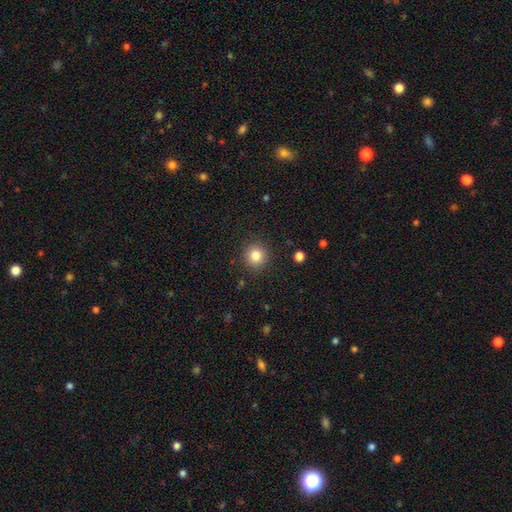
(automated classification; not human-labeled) A smooth galaxy with no disk features (83%) that is round (93%).

Vote fractions:
- Smooth or featured? smooth: 83% / star or artifact: 11% / featured or disk: 6%
- How rounded? round: 93% / in between: 6% / cigar-shaped: 1%
- Merging? none: 90% / minor disturbance: 6% / major disturbance: 2% / merger: 1%